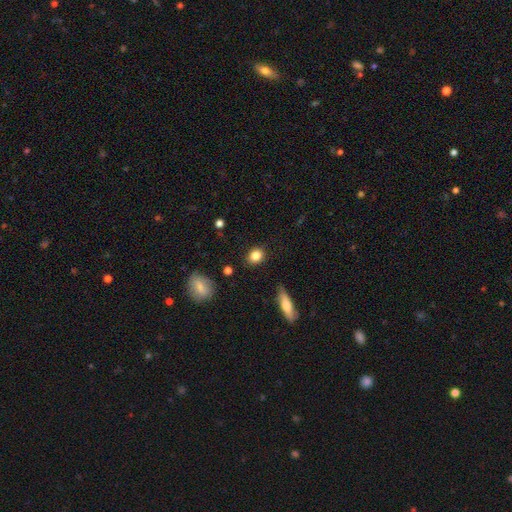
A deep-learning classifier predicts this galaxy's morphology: Q: Smooth or featured?
A: smooth (84%); runner-up: star or artifact (9%)
Q: How rounded?
A: round (55%); runner-up: in between (43%)
Q: Merging?
A: none (86%); runner-up: minor disturbance (10%)